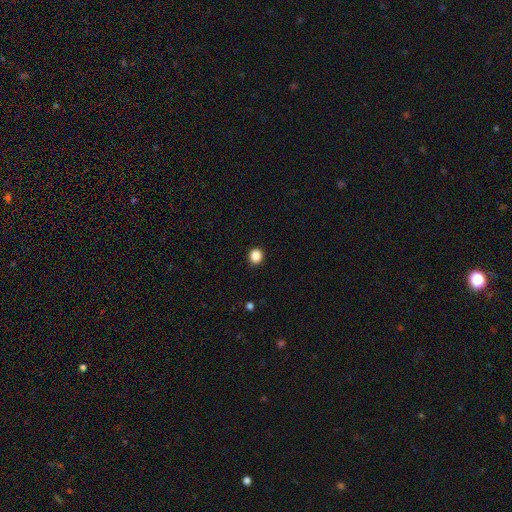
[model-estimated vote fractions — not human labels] Smooth or featured?
  - smooth: 87% *
  - star or artifact: 10%
  - featured or disk: 2%
How rounded?
  - round: 85% *
  - in between: 14%
  - cigar-shaped: 1%
Merging?
  - none: 92% *
  - minor disturbance: 5%
  - major disturbance: 2%
  - merger: 1%